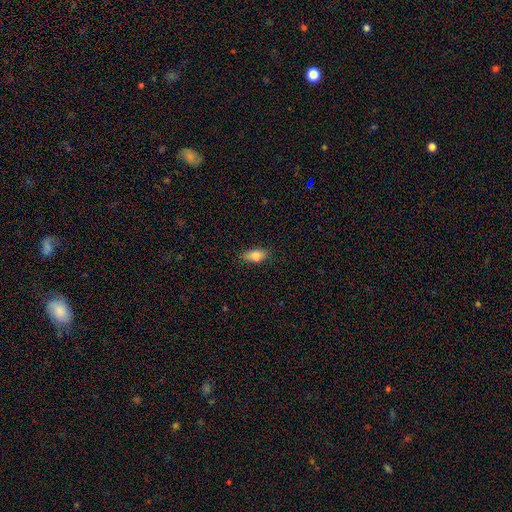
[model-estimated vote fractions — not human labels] smooth 81%, featured or disk 11%, star or artifact 9%. Down the decision tree: how rounded — in between (82%); merging — none (67%).